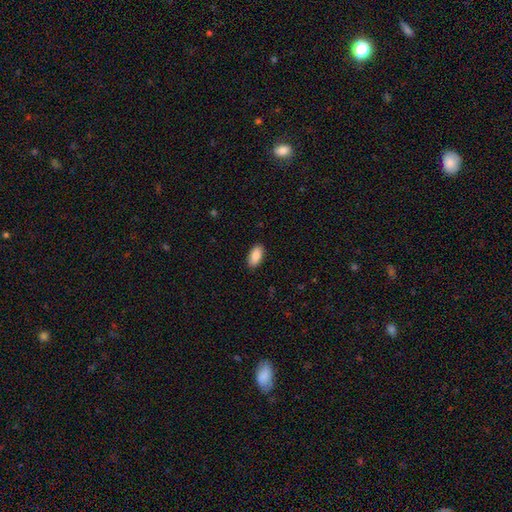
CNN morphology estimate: Smooth or featured? Predicted: smooth (p=0.88). How rounded? Predicted: in between (p=0.93). Merging? Predicted: none (p=0.89).